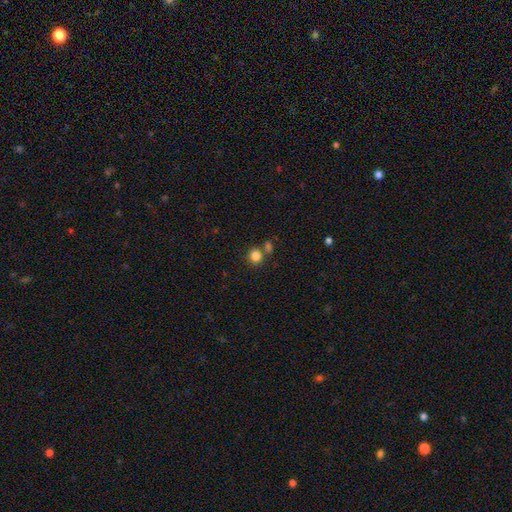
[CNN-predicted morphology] This appears to be a smooth galaxy with no disk features (83%) that is round (87%). Merging: none (67%).